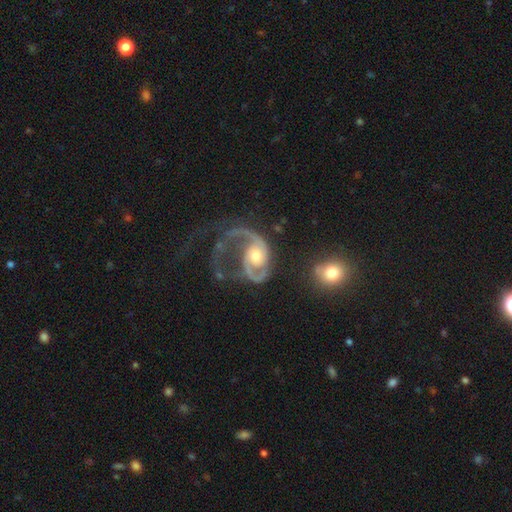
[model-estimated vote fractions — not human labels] Smooth or featured? Predicted: featured or disk (p=0.89). Edge-on disk? Predicted: no (p=0.98). Bar? Predicted: no (p=0.63). Spiral arms? Predicted: yes (p=0.95). Spiral winding? Predicted: medium (p=0.44). Spiral arm count? Predicted: 2 (p=0.58). Bulge size? Predicted: moderate (p=0.65). Merging? Predicted: major disturbance (p=0.50).